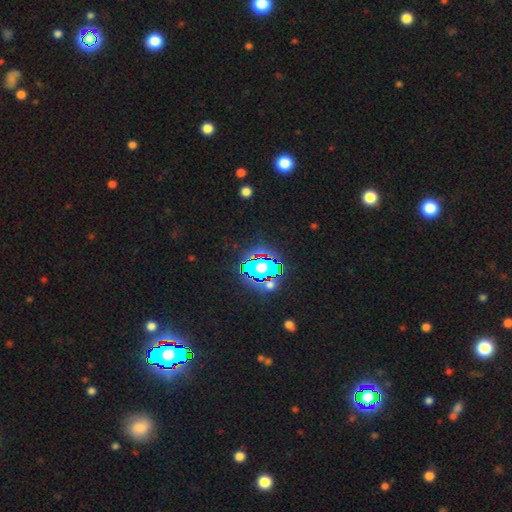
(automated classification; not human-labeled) Smooth or featured? Predicted: star or artifact (p=0.84).